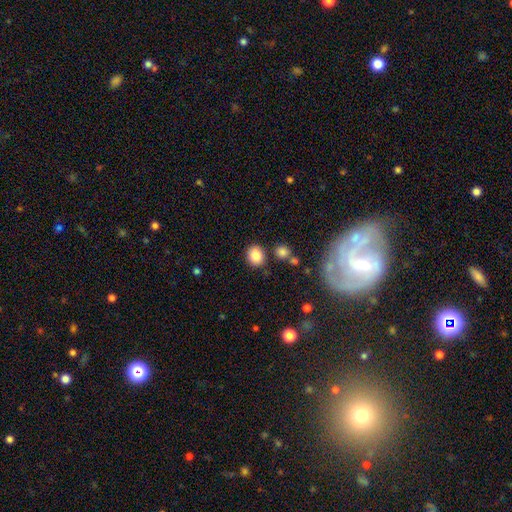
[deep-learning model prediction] Smooth or featured: smooth — 85% (star or artifact — 10%)
How rounded: round — 65% (in between — 34%)
Merging: none — 80% (minor disturbance — 10%)